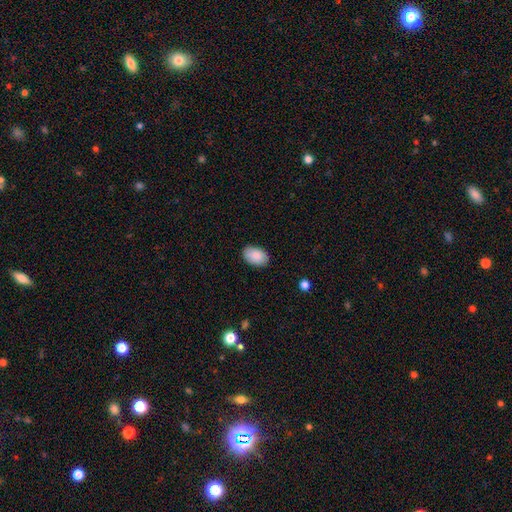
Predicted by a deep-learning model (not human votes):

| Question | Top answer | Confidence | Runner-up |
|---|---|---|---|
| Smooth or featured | smooth | 89% | star or artifact (6%) |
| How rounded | in between | 91% | round (8%) |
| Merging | none | 87% | minor disturbance (10%) |